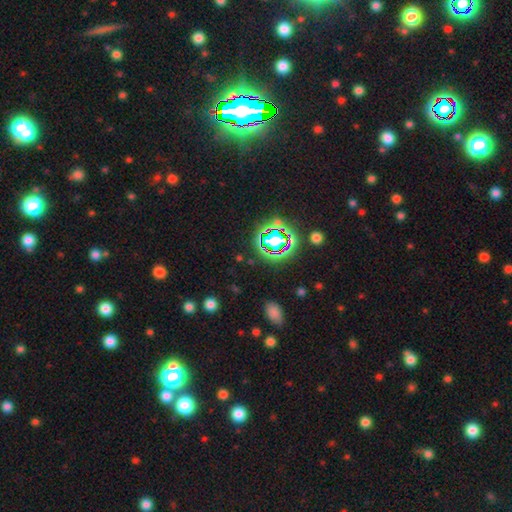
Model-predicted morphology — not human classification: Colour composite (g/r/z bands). It shows a star or artifact, not a galaxy (76%).